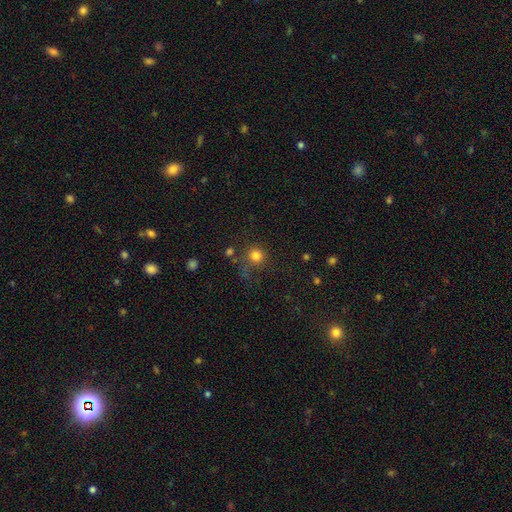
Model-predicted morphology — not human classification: smooth-or-featured: smooth: 80% | star or artifact: 14% | featured or disk: 6%
  how-rounded: round: 93% | in between: 6% | cigar-shaped: 1%
  merging: none: 73% | minor disturbance: 13% | major disturbance: 8% | merger: 6%